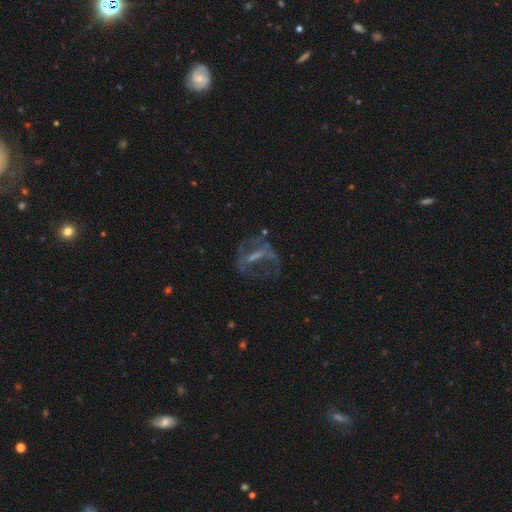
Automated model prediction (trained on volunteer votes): featured or disk 63%, smooth 20%, star or artifact 18%. Down the decision tree: edge-on disk — no (91%); bar — strong (37%); spiral arms — no (57%); bulge size — none (46%); merging — none (42%).